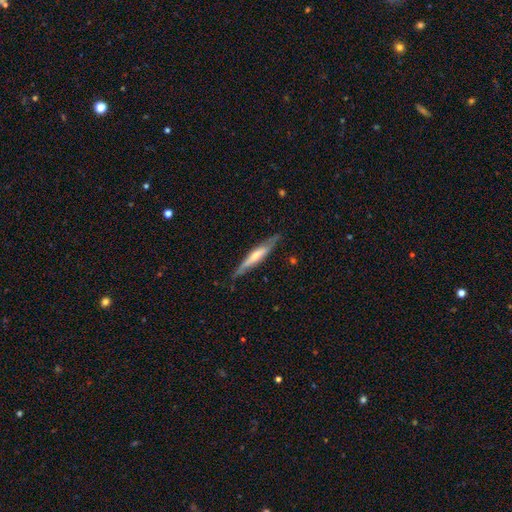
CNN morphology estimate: smooth-or-featured: featured or disk: 54% | smooth: 41% | star or artifact: 5%
  disk-edge-on: yes: 86% | no: 14%
  merging: none: 78% | minor disturbance: 17% | major disturbance: 4% | merger: 2%